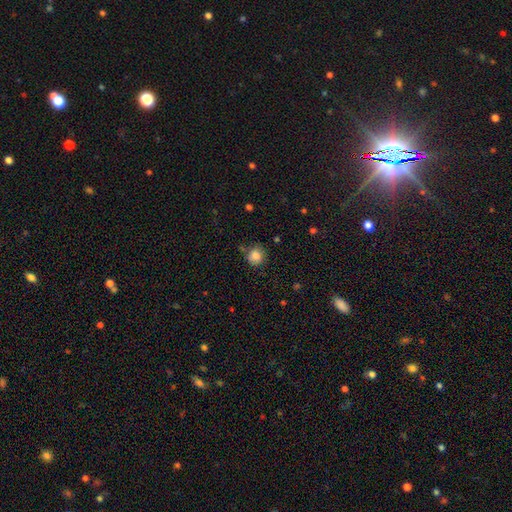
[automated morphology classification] smooth 81%, star or artifact 11%, featured or disk 8%. Down the decision tree: how rounded — round (88%); merging — none (77%).